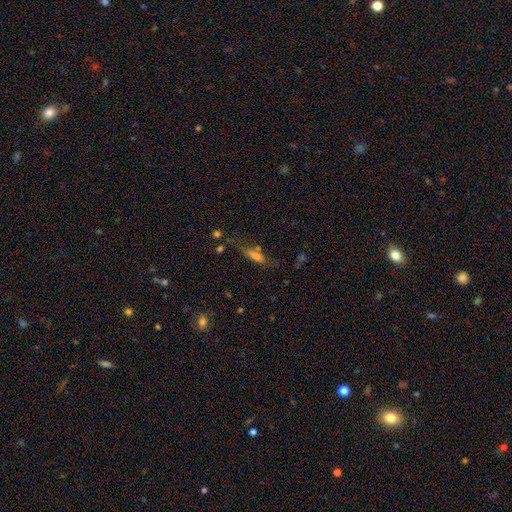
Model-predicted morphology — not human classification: Smooth or featured: smooth — 53% (featured or disk — 32%)
How rounded: cigar-shaped — 58% (in between — 37%)
Merging: none — 55% (minor disturbance — 22%)